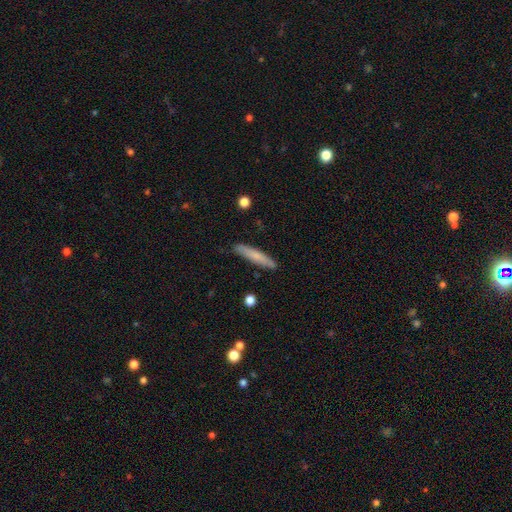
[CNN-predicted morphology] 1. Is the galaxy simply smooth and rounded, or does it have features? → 69% smooth, 25% featured or disk, 6% star or artifact.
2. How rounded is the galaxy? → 92% cigar-shaped, 6% in between, 1% round.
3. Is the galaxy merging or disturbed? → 87% none, 10% minor disturbance, 2% major disturbance, 2% merger.